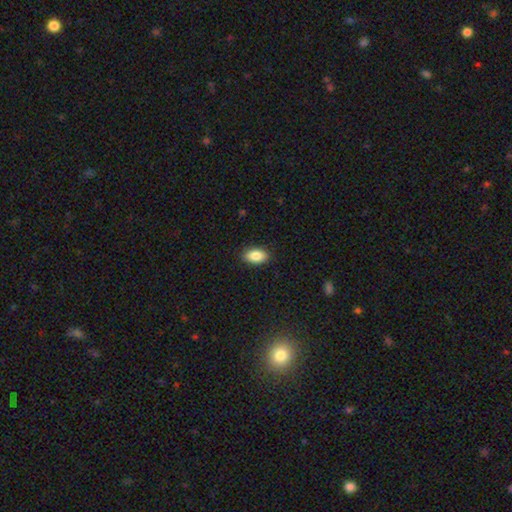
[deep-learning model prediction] Smooth or featured?
  - smooth: 87% *
  - star or artifact: 7%
  - featured or disk: 6%
How rounded?
  - in between: 92% *
  - round: 5%
  - cigar-shaped: 3%
Merging?
  - none: 88% *
  - minor disturbance: 9%
  - major disturbance: 2%
  - merger: 1%